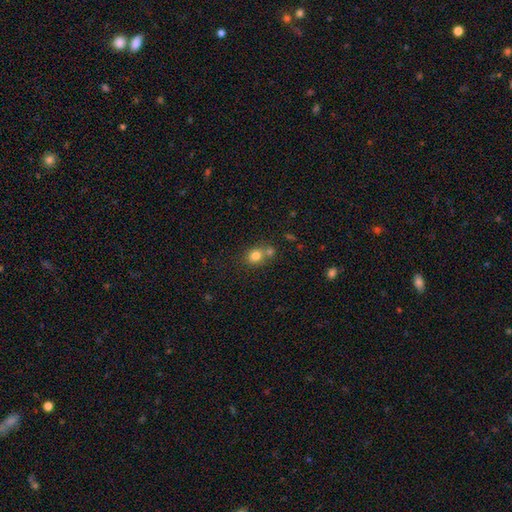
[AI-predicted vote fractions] Smooth or featured? smooth (79%)
How rounded? round (64%)
Merging? none (54%)